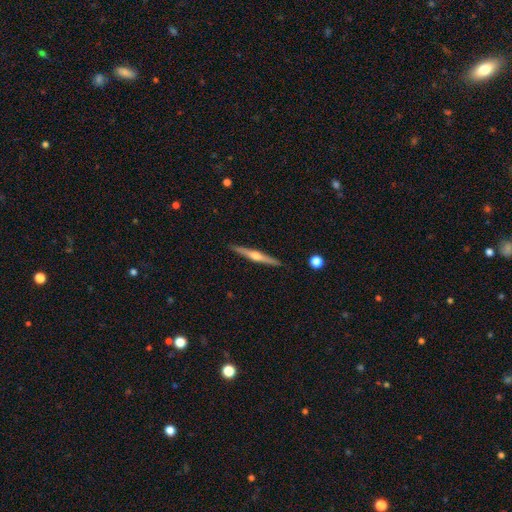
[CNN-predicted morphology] Smooth or featured?
  - featured or disk: 71% *
  - smooth: 23%
  - star or artifact: 5%
Edge-on disk?
  - yes: 98% *
  - no: 2%
Edge-on bulge?
  - rounded: 92% *
  - none: 5%
  - boxy: 3%
Merging?
  - none: 91% *
  - minor disturbance: 6%
  - major disturbance: 1%
  - merger: 1%